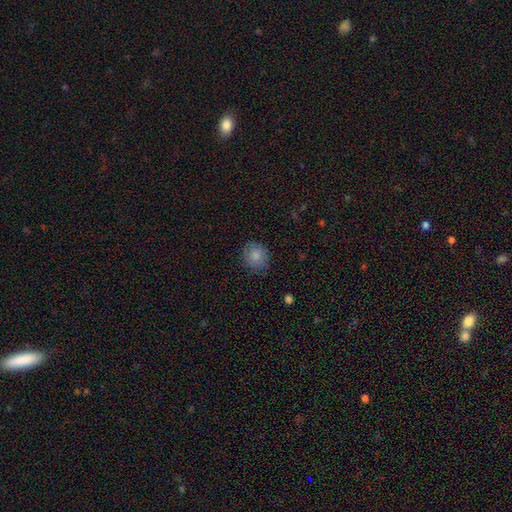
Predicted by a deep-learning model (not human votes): Morphology: type=smooth (84%); roundness=round (69%); merging=none (82%).